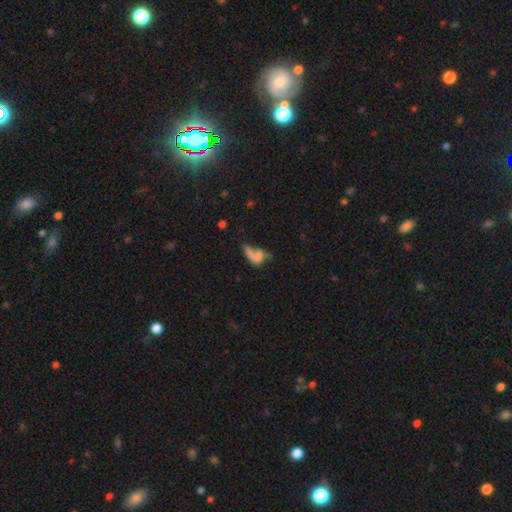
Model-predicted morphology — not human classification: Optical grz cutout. It shows a smooth galaxy with no disk features (55%) that is in between round and cigar-shaped (74%). Merging: merger (33%).